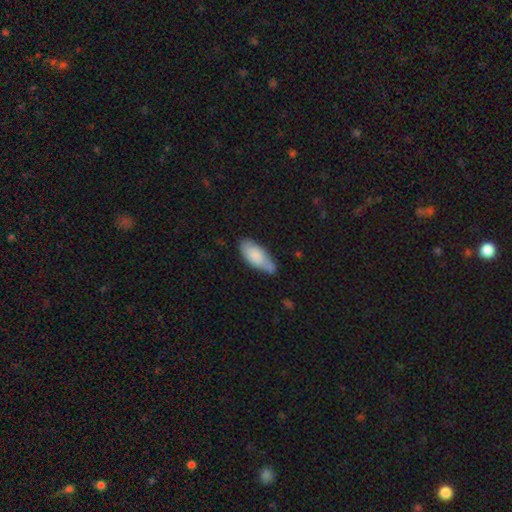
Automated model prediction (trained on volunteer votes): A smooth galaxy with no disk features (81%) that is in between round and cigar-shaped (83%). Merging: none (55%).